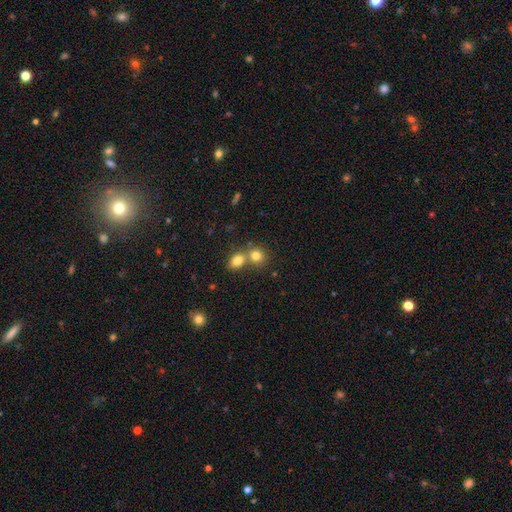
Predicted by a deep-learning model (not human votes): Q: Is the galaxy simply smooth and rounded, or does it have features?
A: smooth — 79%.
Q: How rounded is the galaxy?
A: round — 73%.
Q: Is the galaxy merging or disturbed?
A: merger — 48%.